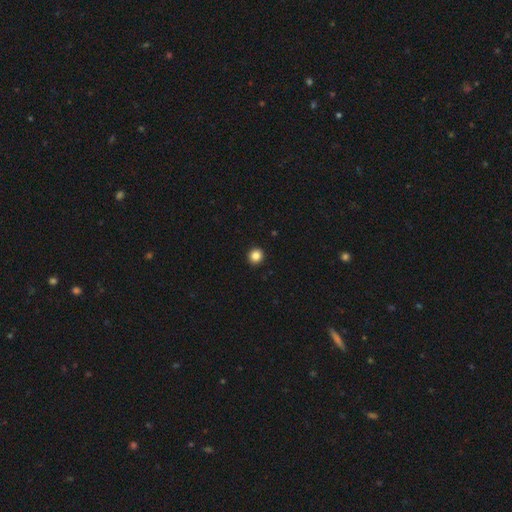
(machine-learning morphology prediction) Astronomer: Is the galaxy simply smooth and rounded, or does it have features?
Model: smooth — 85%.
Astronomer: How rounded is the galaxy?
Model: round — 91%.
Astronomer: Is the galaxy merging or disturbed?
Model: none — 94%.